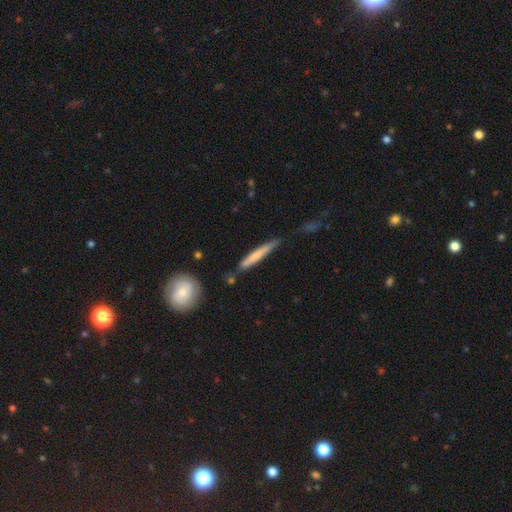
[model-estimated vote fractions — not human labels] Smooth or featured? Predicted: smooth (p=0.64). How rounded? Predicted: cigar-shaped (p=0.95). Merging? Predicted: none (p=0.71).